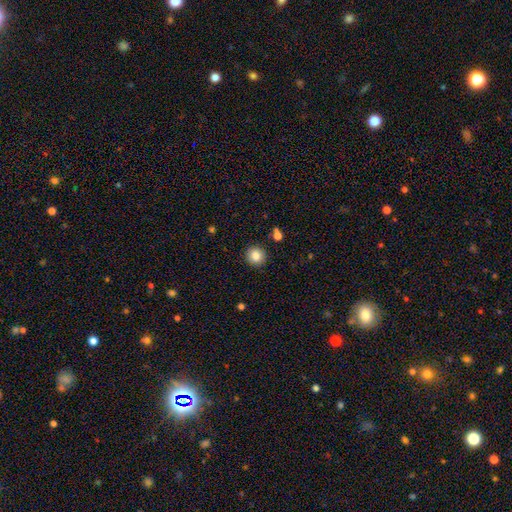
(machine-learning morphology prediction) Smooth or featured?
  - smooth: 84% *
  - star or artifact: 10%
  - featured or disk: 6%
How rounded?
  - round: 93% *
  - in between: 6%
  - cigar-shaped: 1%
Merging?
  - none: 91% *
  - minor disturbance: 5%
  - major disturbance: 2%
  - merger: 2%